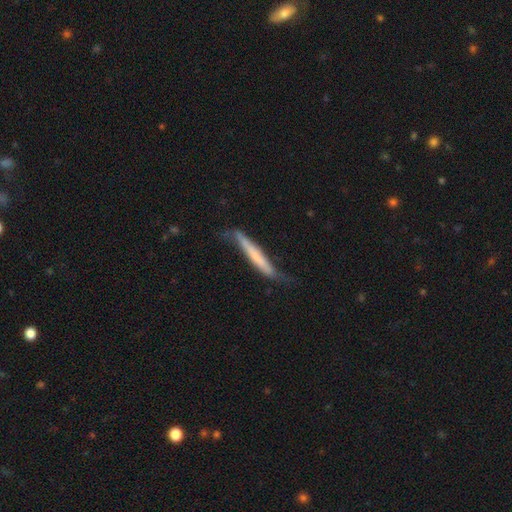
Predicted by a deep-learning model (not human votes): smooth 54%, featured or disk 40%, star or artifact 6%. Down the decision tree: how rounded — cigar-shaped (95%); merging — none (49%).